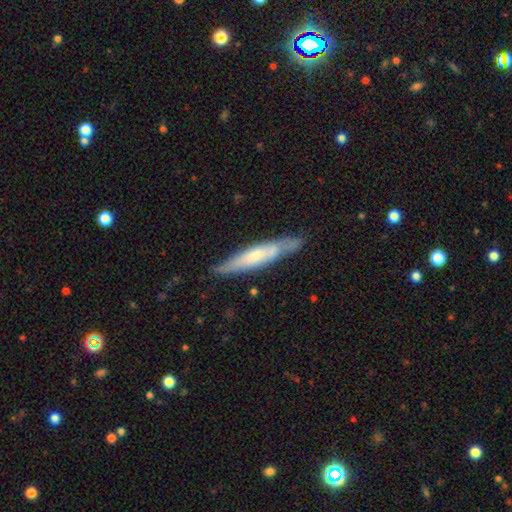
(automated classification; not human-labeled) Smooth or featured? featured or disk (51%)
Edge-on disk? yes (75%)
Merging? none (78%)